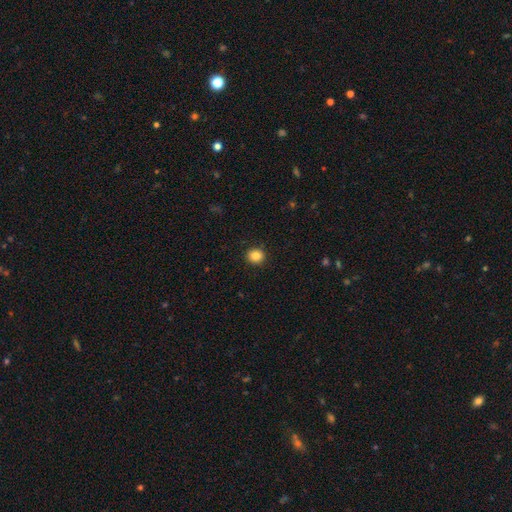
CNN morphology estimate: Smooth or featured?
  - smooth: 85% *
  - star or artifact: 10%
  - featured or disk: 4%
How rounded?
  - round: 83% *
  - in between: 16%
  - cigar-shaped: 1%
Merging?
  - none: 91% *
  - minor disturbance: 6%
  - major disturbance: 2%
  - merger: 1%